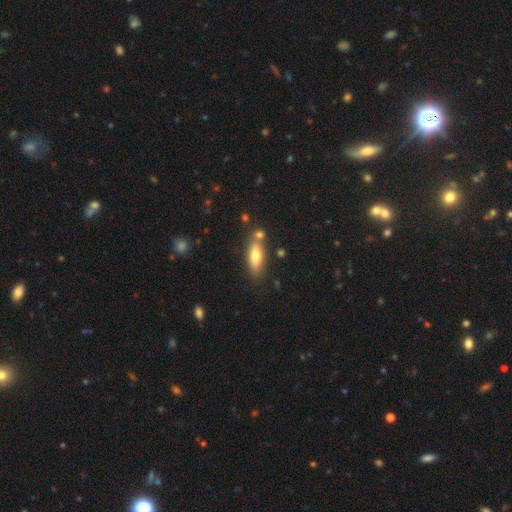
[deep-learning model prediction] Smooth or featured: smooth — 70% (featured or disk — 23%)
How rounded: in between — 62% (cigar-shaped — 35%)
Merging: none — 67% (merger — 15%)